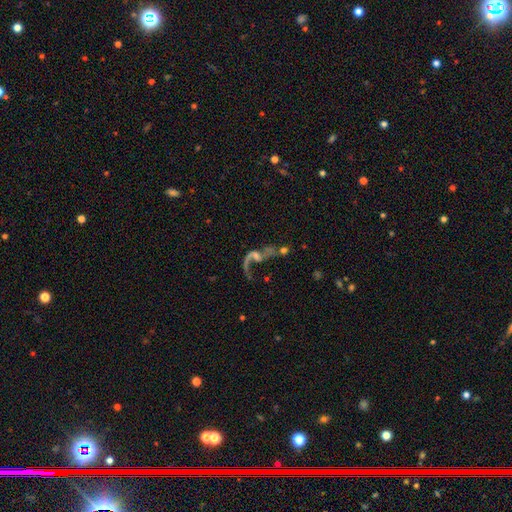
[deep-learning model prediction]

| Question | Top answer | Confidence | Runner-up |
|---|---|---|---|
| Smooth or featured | featured or disk | 73% | star or artifact (14%) |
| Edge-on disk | no | 93% | yes (7%) |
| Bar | no | 57% | weak (31%) |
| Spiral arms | yes | 75% | no (25%) |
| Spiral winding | loose | 90% | medium (8%) |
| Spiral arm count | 2 | 54% | 1 (40%) |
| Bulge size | none | 38% | small (34%) |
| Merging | major disturbance | 31% | none (30%) |